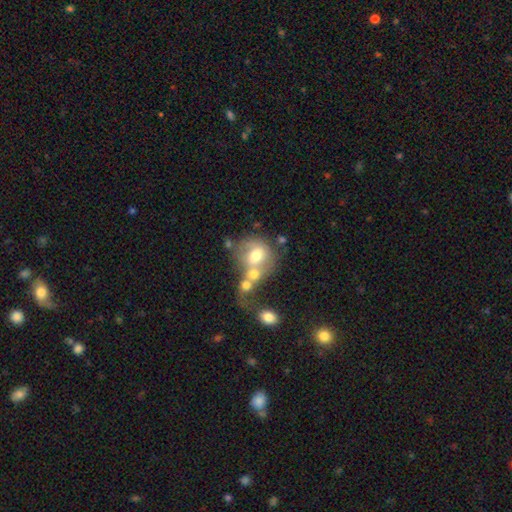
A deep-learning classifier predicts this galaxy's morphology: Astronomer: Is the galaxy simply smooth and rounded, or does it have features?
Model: smooth — 56% (runner-up: featured or disk, 34%).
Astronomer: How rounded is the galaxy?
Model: round — 66%.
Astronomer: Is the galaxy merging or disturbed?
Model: merger — 61%.